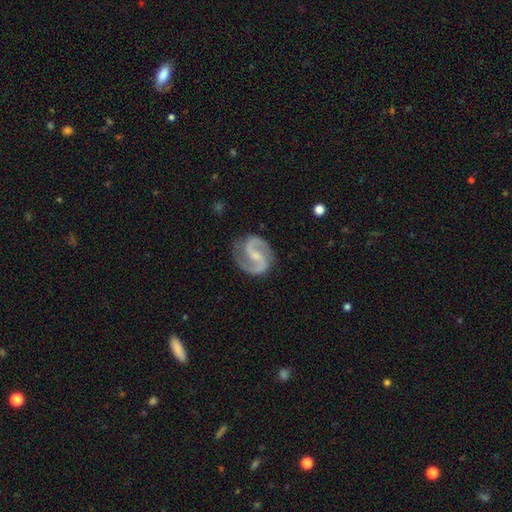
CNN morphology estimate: Smooth or featured? Predicted: featured or disk (p=0.93). Edge-on disk? Predicted: no (p=0.98). Bar? Predicted: weak (p=0.44). Spiral arms? Predicted: yes (p=0.98). Spiral winding? Predicted: medium (p=0.61). Spiral arm count? Predicted: 2 (p=0.94). Bulge size? Predicted: small (p=0.58). Merging? Predicted: none (p=0.85).